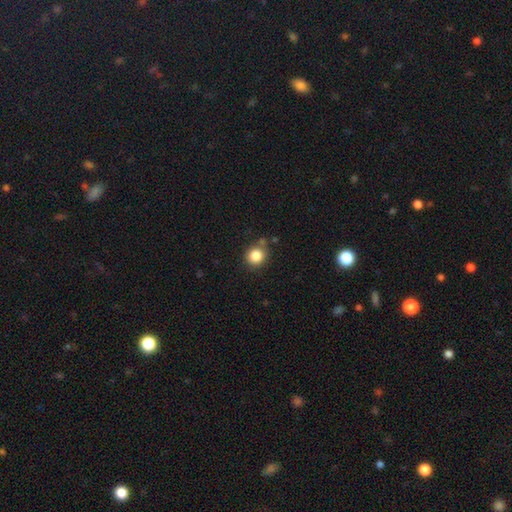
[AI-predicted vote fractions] A smooth galaxy with no disk features (84%) that is round (87%). Merging: none (79%).